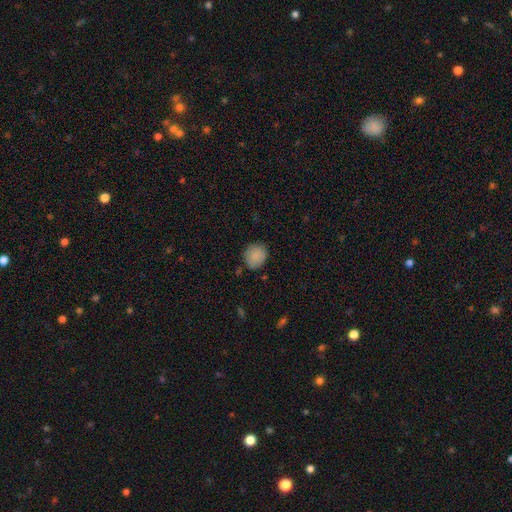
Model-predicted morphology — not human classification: The model was most divided on "how rounded": round: 81%, in between: 18%, cigar-shaped: 1%. More confident: smooth or featured — smooth (87%); merging — none (79%).